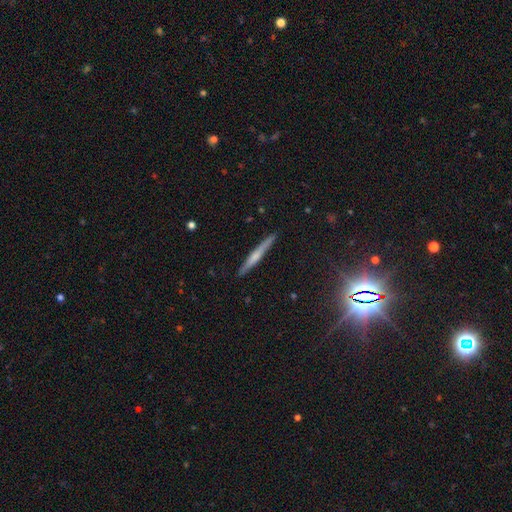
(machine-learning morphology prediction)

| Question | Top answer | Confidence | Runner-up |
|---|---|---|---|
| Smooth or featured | featured or disk | 52% | smooth (40%) |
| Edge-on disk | yes | 97% | no (3%) |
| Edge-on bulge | rounded | 47% | none (41%) |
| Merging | none | 90% | minor disturbance (8%) |